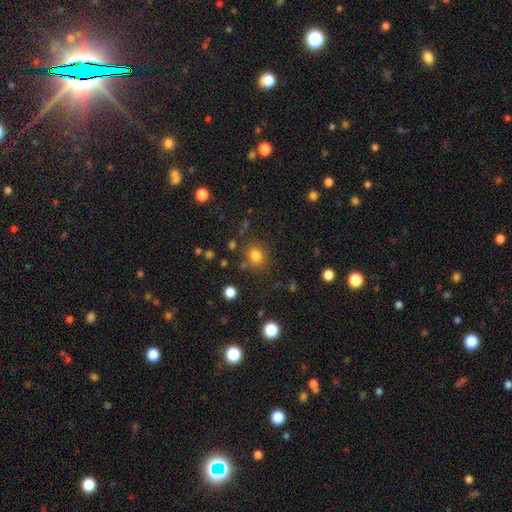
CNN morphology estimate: Smooth or featured?
  - smooth: 80% *
  - star or artifact: 14%
  - featured or disk: 6%
How rounded?
  - round: 74% *
  - in between: 25%
  - cigar-shaped: 1%
Merging?
  - none: 79% *
  - minor disturbance: 11%
  - merger: 6%
  - major disturbance: 5%